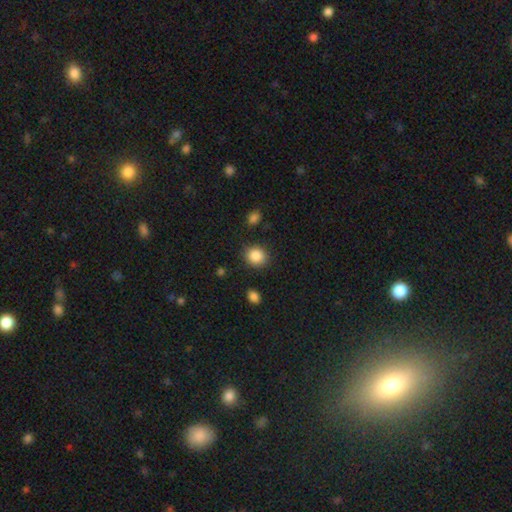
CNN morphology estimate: type=smooth (87%); roundness=round (77%); merging=none (86%).